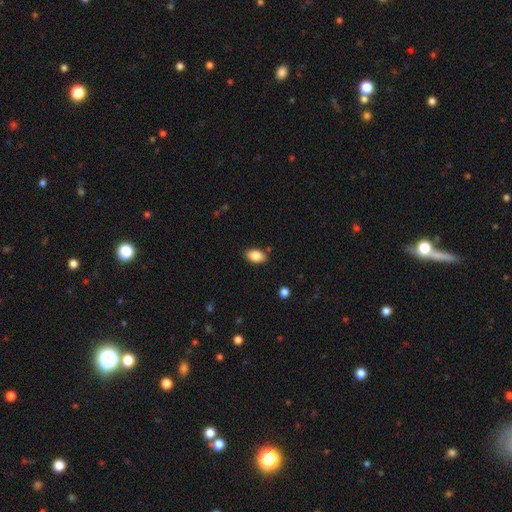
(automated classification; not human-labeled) Smooth or featured: smooth — 85% (star or artifact — 8%)
How rounded: in between — 91% (round — 8%)
Merging: none — 85% (minor disturbance — 11%)